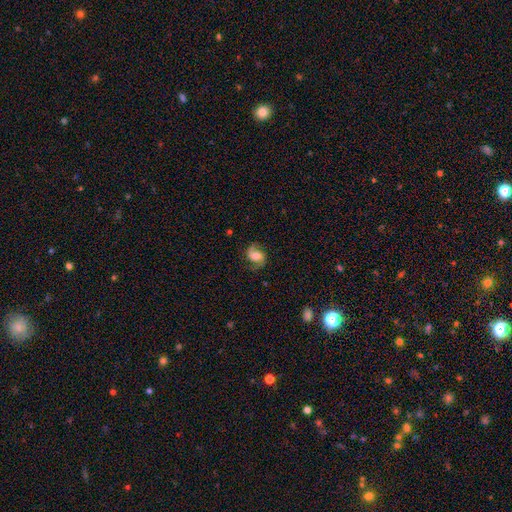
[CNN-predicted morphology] Q: Smooth or featured?
A: featured or disk (74%); runner-up: smooth (18%)
Q: Edge-on disk?
A: no (98%); runner-up: yes (2%)
Q: Bar?
A: no (54%); runner-up: weak (36%)
Q: Spiral arms?
A: yes (95%); runner-up: no (5%)
Q: Spiral winding?
A: medium (47%); runner-up: loose (37%)
Q: Spiral arm count?
A: 2 (89%); runner-up: 1 (4%)
Q: Bulge size?
A: moderate (59%); runner-up: small (20%)
Q: Merging?
A: none (75%); runner-up: minor disturbance (16%)